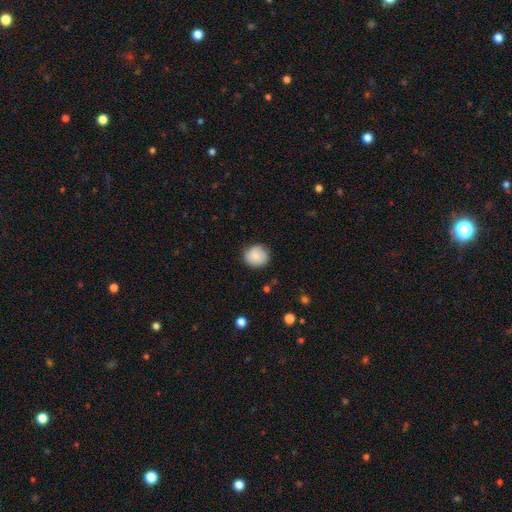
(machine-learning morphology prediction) Overall: smooth (82%). How rounded: round (85%). Merging: none (84%).